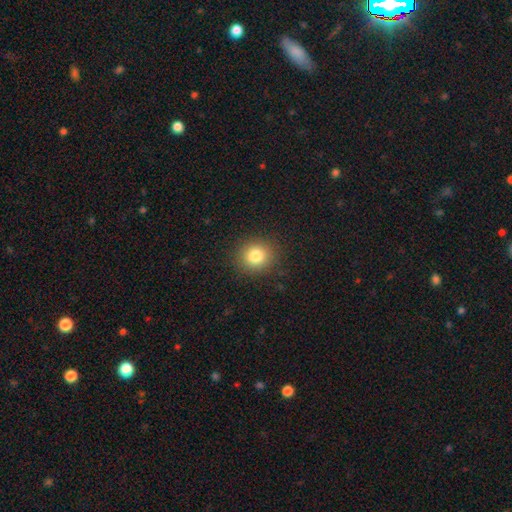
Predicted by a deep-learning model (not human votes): Smooth or featured?
  - smooth: 81% *
  - star or artifact: 11%
  - featured or disk: 7%
How rounded?
  - round: 87% *
  - in between: 12%
  - cigar-shaped: 1%
Merging?
  - none: 89% *
  - minor disturbance: 7%
  - major disturbance: 3%
  - merger: 1%